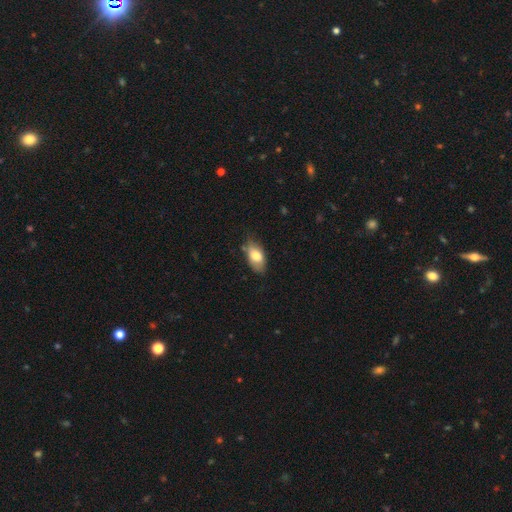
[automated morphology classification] smooth-or-featured: smooth: 75% | featured or disk: 18% | star or artifact: 7%
  how-rounded: in between: 91% | round: 4% | cigar-shaped: 4%
  merging: none: 69% | minor disturbance: 24% | major disturbance: 4% | merger: 2%